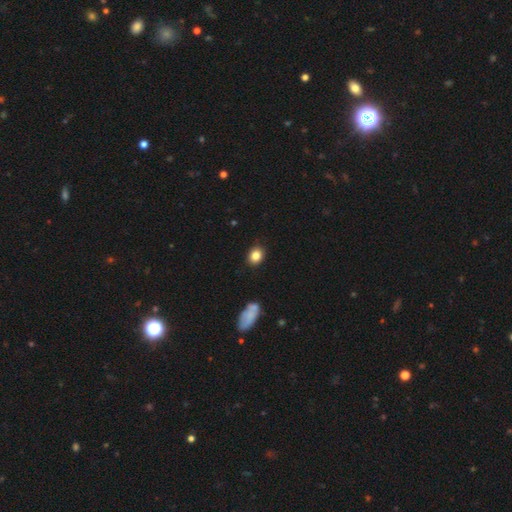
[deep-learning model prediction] A smooth galaxy with no disk features (85%) that is round (57%).

Vote fractions:
- Smooth or featured? smooth: 85% / star or artifact: 10% / featured or disk: 6%
- How rounded? round: 57% / in between: 42% / cigar-shaped: 1%
- Merging? none: 86% / minor disturbance: 11% / major disturbance: 2% / merger: 2%